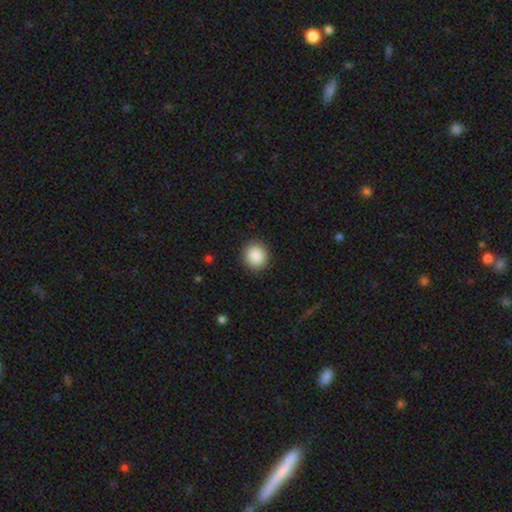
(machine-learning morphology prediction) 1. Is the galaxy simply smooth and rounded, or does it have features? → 89% smooth, 8% star or artifact, 3% featured or disk.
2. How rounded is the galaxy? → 85% round, 14% in between, 1% cigar-shaped.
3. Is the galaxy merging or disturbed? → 91% none, 6% minor disturbance, 2% major disturbance, 1% merger.